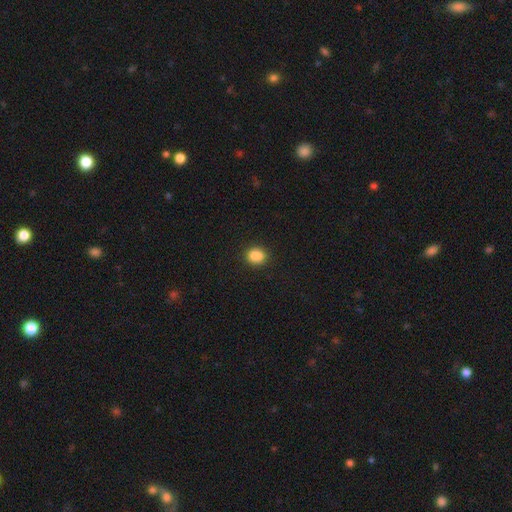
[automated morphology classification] Smooth or featured? smooth (85%)
How rounded? round (60%)
Merging? none (78%)